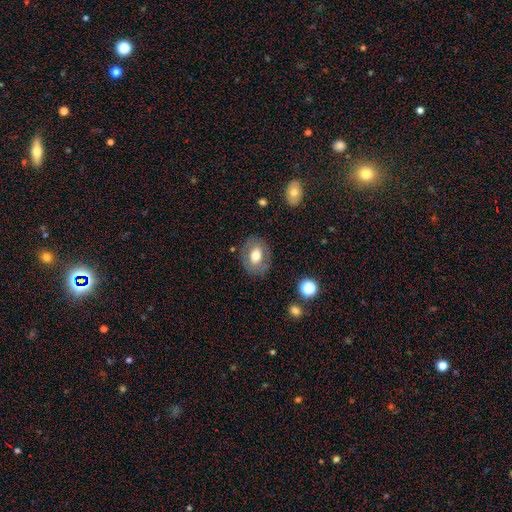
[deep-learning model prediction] Smooth or featured? Predicted: smooth (p=0.64). How rounded? Predicted: in between (p=0.56). Merging? Predicted: none (p=0.81).